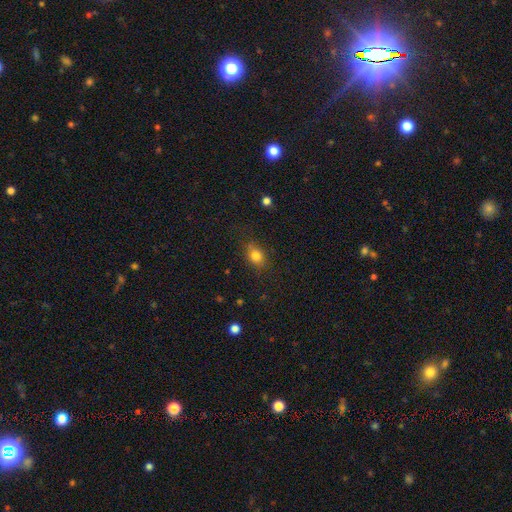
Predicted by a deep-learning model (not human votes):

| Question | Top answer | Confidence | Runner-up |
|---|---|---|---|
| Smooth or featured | smooth | 80% | star or artifact (11%) |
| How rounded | in between | 59% | round (39%) |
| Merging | none | 77% | minor disturbance (17%) |